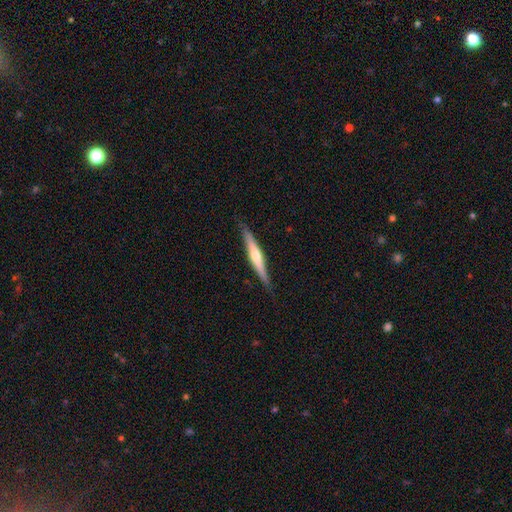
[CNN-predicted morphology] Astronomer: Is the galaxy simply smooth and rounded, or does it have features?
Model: featured or disk — 60%.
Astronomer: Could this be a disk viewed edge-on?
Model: yes — 97%.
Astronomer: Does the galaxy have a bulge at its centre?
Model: rounded — 76%.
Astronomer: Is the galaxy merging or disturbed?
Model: none — 87%.